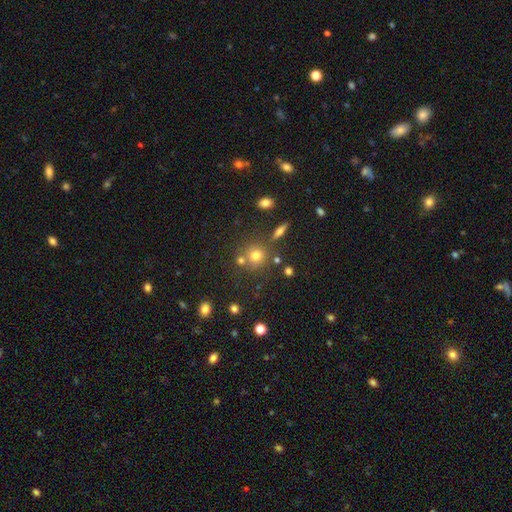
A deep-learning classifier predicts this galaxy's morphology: The model was most divided on "merging": none: 68%, merger: 16%, minor disturbance: 11%, major disturbance: 5%. More confident: how rounded — round (87%); smooth or featured — smooth (69%).